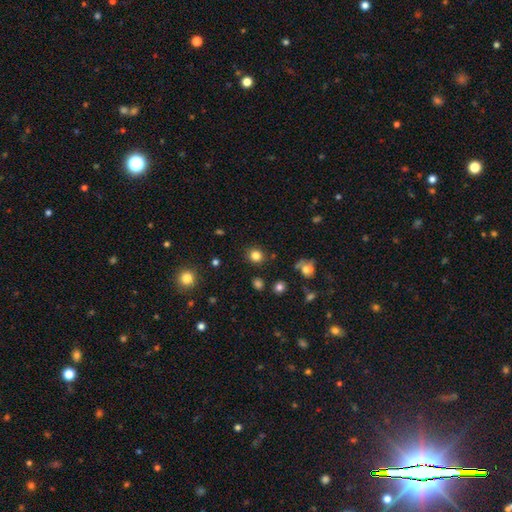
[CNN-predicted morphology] Smooth or featured? smooth (82%)
How rounded? round (88%)
Merging? none (87%)